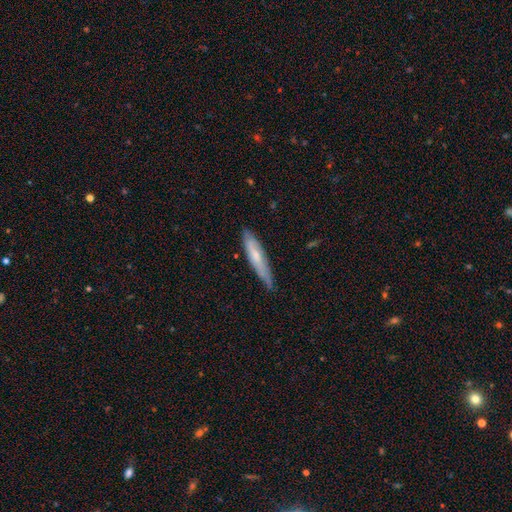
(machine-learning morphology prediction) type=smooth (55%); roundness=cigar-shaped (85%); merging=none (71%).